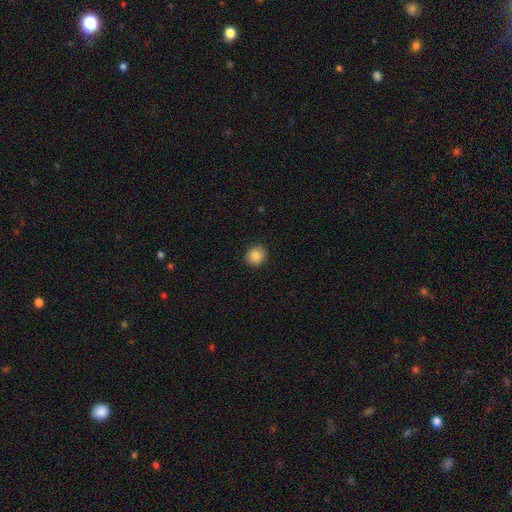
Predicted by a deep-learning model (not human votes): Overall: smooth (87%). How rounded: round (84%). Merging: none (90%).